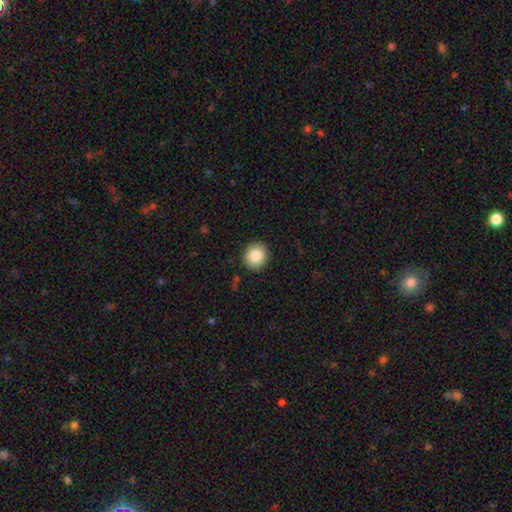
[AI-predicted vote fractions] This is clearly a smooth galaxy (85%). How rounded: clearly round (89%). Merging: clearly none (91%).